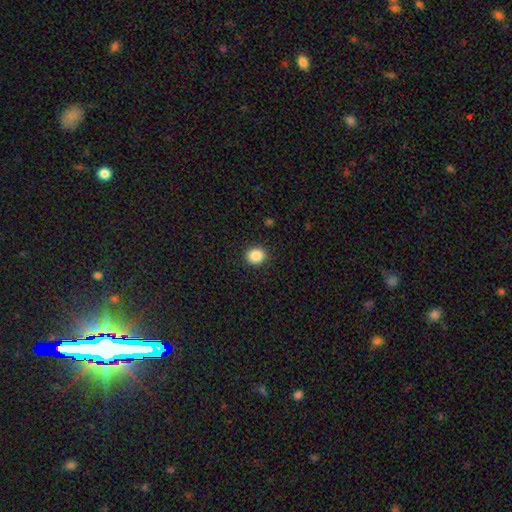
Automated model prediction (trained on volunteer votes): Overall: smooth (87%). How rounded: round (82%). Merging: none (91%).